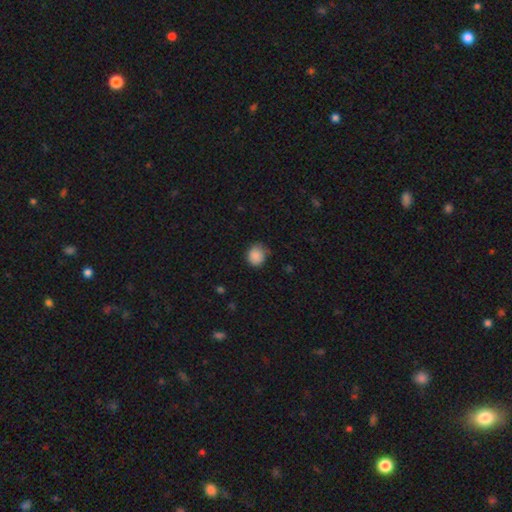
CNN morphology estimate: This appears to be a smooth galaxy with no disk features (87%) that is round (82%). Merging: none (71%).